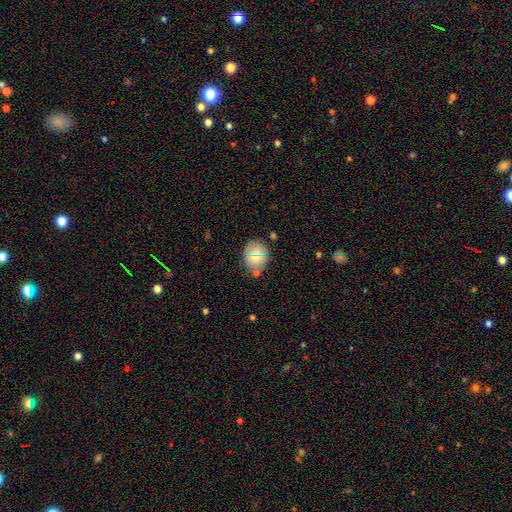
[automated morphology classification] This is likely a smooth galaxy (73%). How rounded: likely round (70%). Merging: likely none (79%).